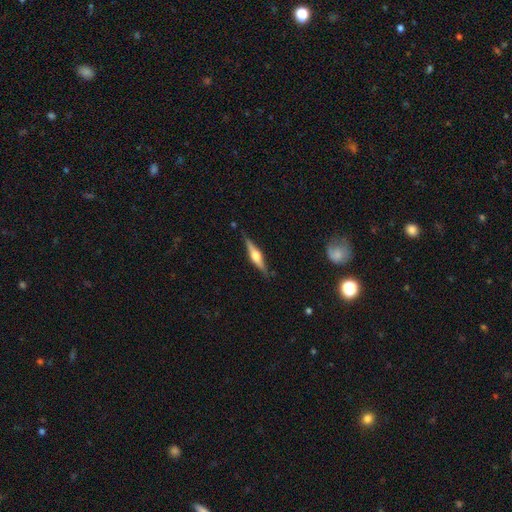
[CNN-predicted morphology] Smooth or featured?
  - featured or disk: 71% *
  - smooth: 23%
  - star or artifact: 6%
Edge-on disk?
  - yes: 97% *
  - no: 3%
Edge-on bulge?
  - rounded: 93% *
  - boxy: 5%
  - none: 2%
Merging?
  - none: 84% *
  - minor disturbance: 12%
  - major disturbance: 2%
  - merger: 2%